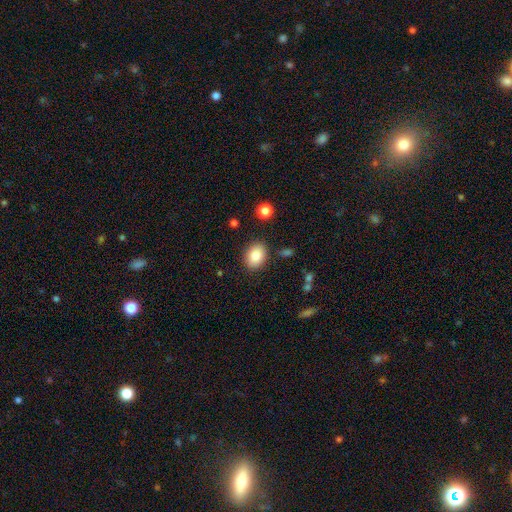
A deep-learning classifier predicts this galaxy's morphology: This appears to be a smooth galaxy with no disk features (84%) that is in between round and cigar-shaped (69%). Merging: none (86%).